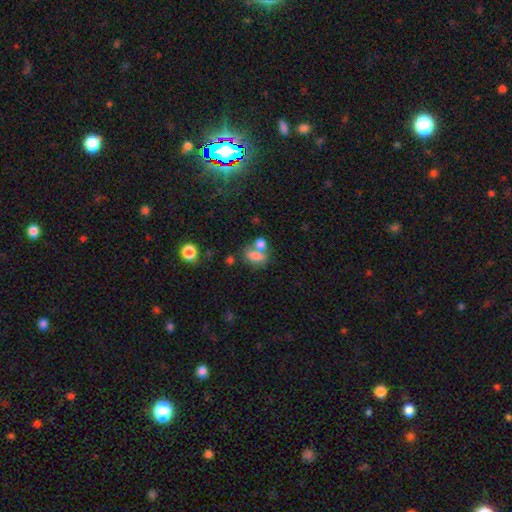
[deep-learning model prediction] Overall: smooth (75%). How rounded: in between (80%). Merging: merger (41%; none 40%).